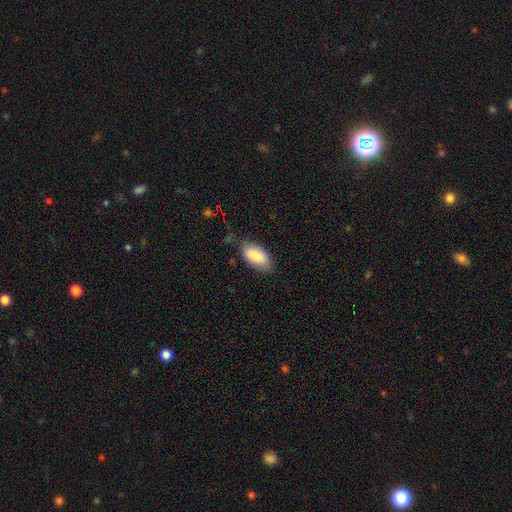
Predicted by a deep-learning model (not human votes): smooth_or_featured: smooth (p=0.87) [alt: star or artifact p=0.06]
how_rounded: in between (p=0.93) [alt: cigar-shaped p=0.05]
merging: none (p=0.75) [alt: minor disturbance p=0.19]